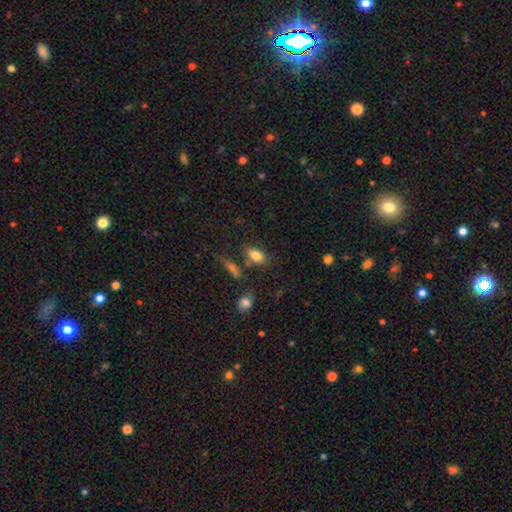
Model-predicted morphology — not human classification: smooth 82%, featured or disk 9%, star or artifact 9%. Down the decision tree: how rounded — in between (86%); merging — none (69%).